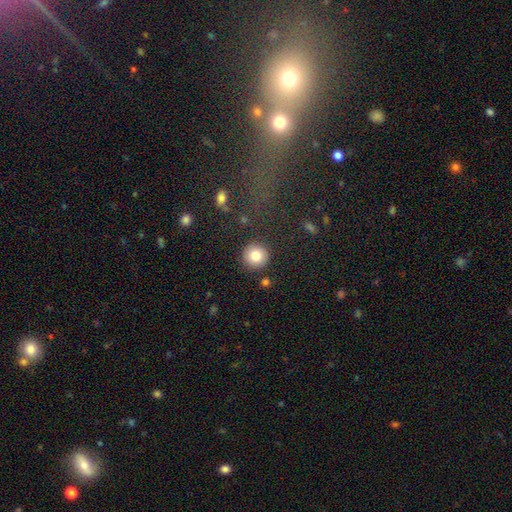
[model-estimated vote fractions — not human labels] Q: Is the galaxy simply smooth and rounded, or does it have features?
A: smooth — 83%.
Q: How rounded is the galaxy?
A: round — 94%.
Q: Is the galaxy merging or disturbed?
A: none — 89%.